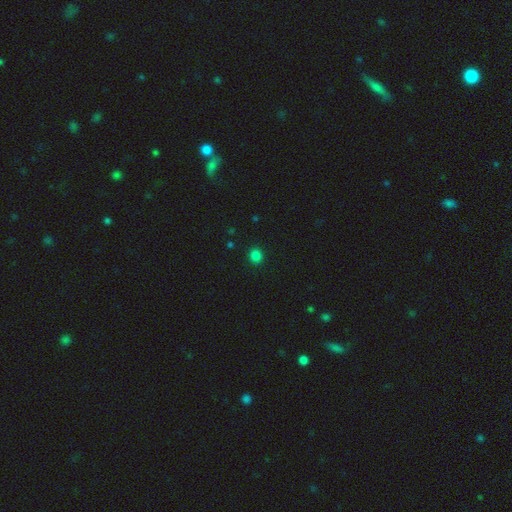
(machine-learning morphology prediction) The model was most divided on "how rounded": round: 80%, in between: 19%, cigar-shaped: 1%. More confident: merging — none (92%); smooth or featured — smooth (82%).